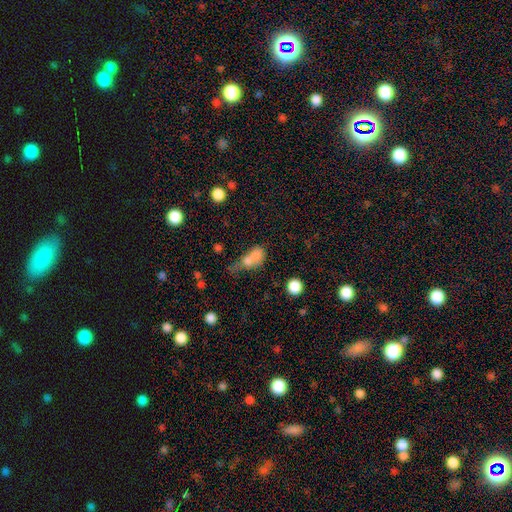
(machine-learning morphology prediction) Smooth or featured? Predicted: smooth (p=0.71). How rounded? Predicted: in between (p=0.59). Merging? Predicted: merger (p=0.54).